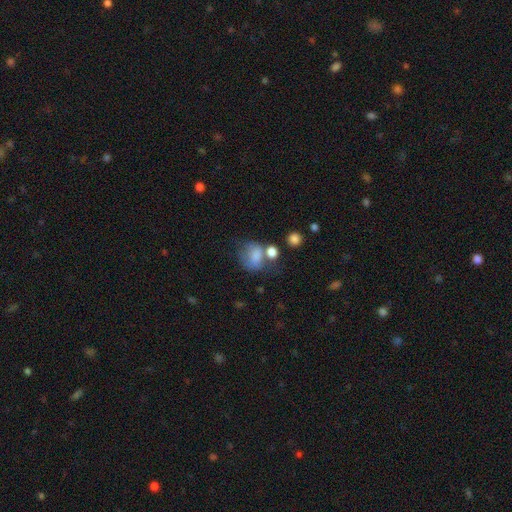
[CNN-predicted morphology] The model was most divided on "how rounded": in between: 50%, round: 49%, cigar-shaped: 1%. Remaining: smooth or featured — smooth (75%); merging — none (35%).